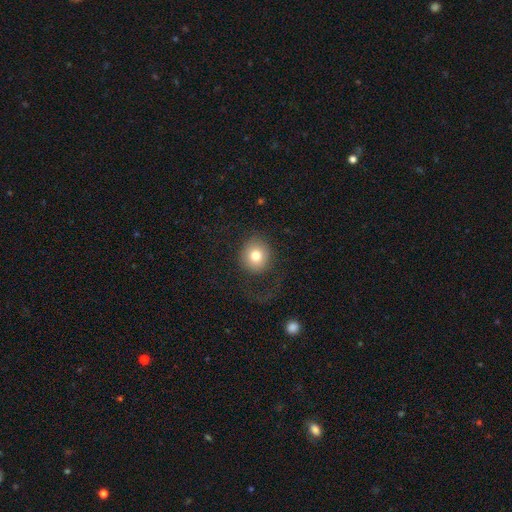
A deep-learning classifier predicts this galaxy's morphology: type=smooth (76%); roundness=round (88%); merging=none (69%).